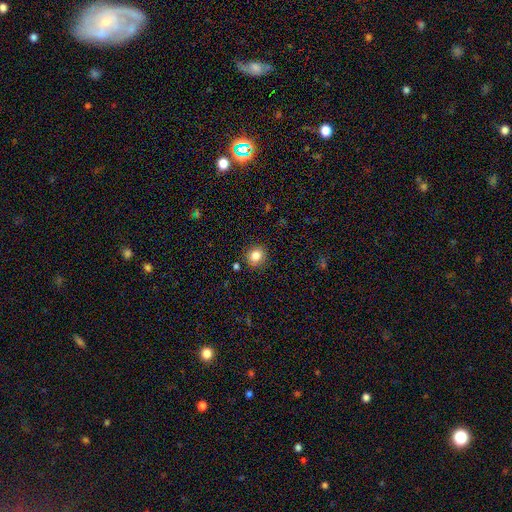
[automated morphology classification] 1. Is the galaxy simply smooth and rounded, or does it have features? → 82% smooth, 11% star or artifact, 7% featured or disk.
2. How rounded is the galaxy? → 88% round, 11% in between, 1% cigar-shaped.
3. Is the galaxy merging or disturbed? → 89% none, 8% minor disturbance, 2% major disturbance, 2% merger.